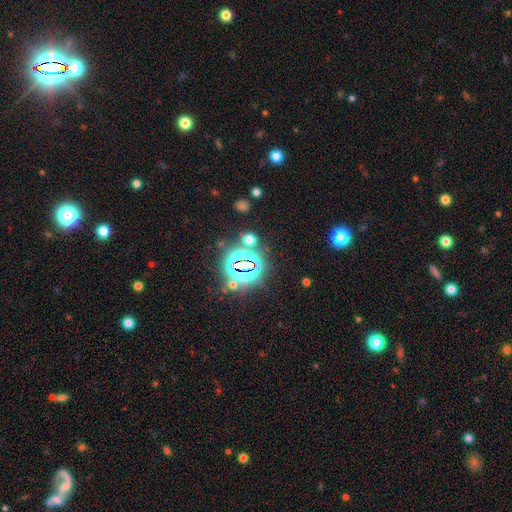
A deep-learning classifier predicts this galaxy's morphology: Smooth or featured? Predicted: star or artifact (p=0.81).